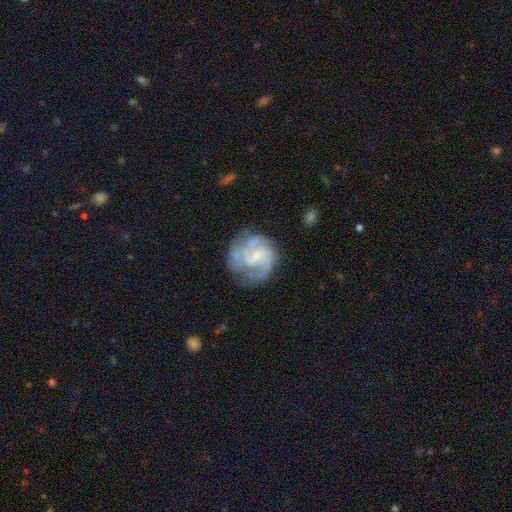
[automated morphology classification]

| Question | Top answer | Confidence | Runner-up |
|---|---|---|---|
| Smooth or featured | featured or disk | 83% | smooth (11%) |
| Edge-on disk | no | 98% | yes (2%) |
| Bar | no | 50% | weak (42%) |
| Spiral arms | yes | 94% | no (6%) |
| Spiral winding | medium | 44% | tied: tight (44%) |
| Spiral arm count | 2 | 31% | tied: 3 (31%) |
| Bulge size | small | 58% | moderate (22%) |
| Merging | none | 64% | minor disturbance (20%) |